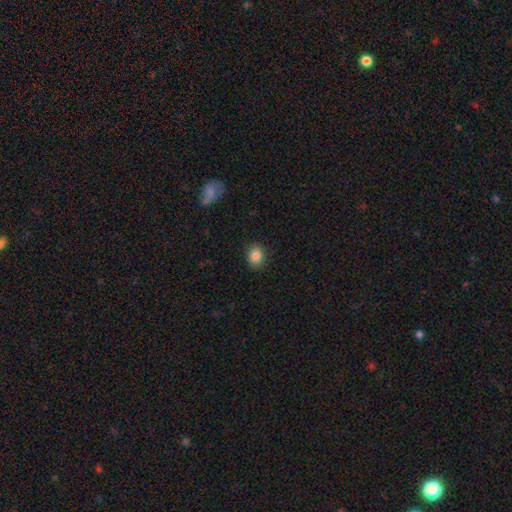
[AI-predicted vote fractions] Smooth or featured?
  - smooth: 86% *
  - star or artifact: 9%
  - featured or disk: 5%
How rounded?
  - in between: 52% *
  - round: 47%
  - cigar-shaped: 1%
Merging?
  - none: 88% *
  - minor disturbance: 9%
  - major disturbance: 2%
  - merger: 1%